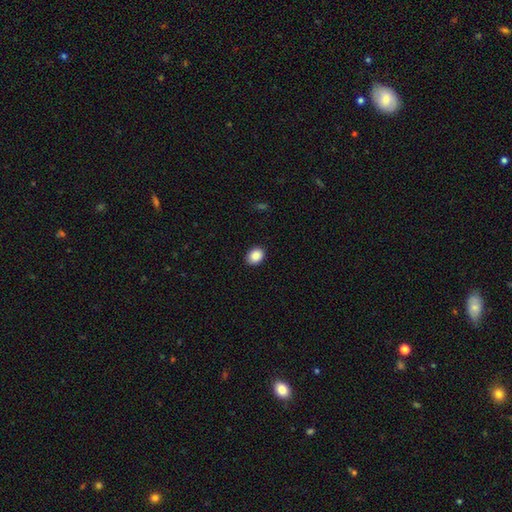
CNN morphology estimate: Q: Smooth or featured?
A: smooth (89%); runner-up: star or artifact (8%)
Q: How rounded?
A: in between (59%); runner-up: round (41%)
Q: Merging?
A: none (89%); runner-up: minor disturbance (8%)